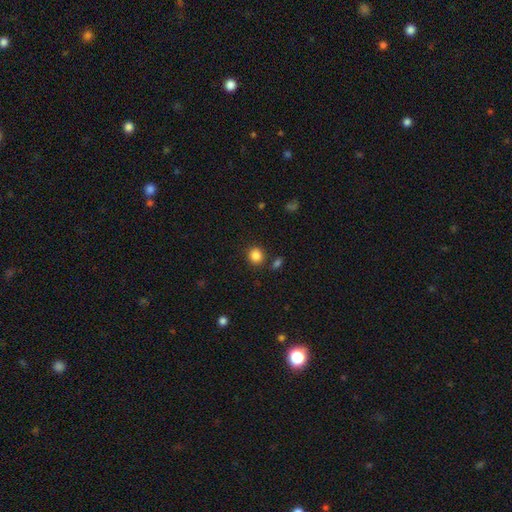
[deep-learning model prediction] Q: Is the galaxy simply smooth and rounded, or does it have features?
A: smooth — 85%.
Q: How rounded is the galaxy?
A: round — 83%.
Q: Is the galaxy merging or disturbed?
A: none — 83%.